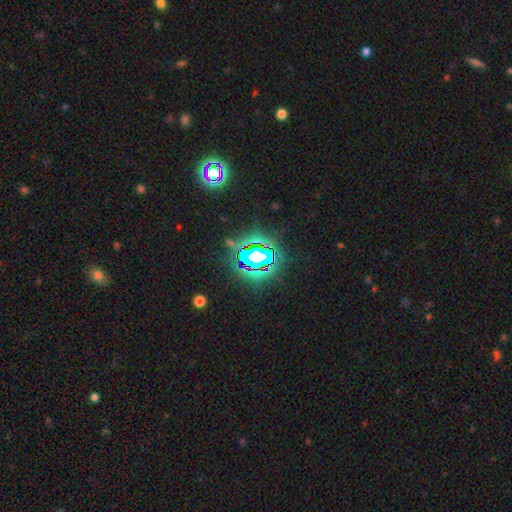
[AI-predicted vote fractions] Smooth or featured? Predicted: star or artifact (p=0.73).